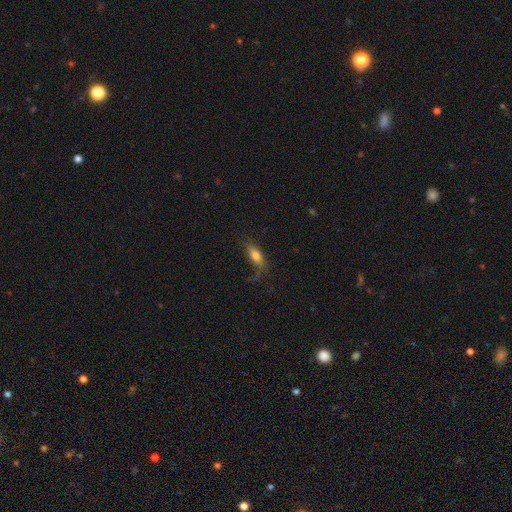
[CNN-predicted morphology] Smooth or featured? smooth (72%)
How rounded? in between (62%)
Merging? none (66%)